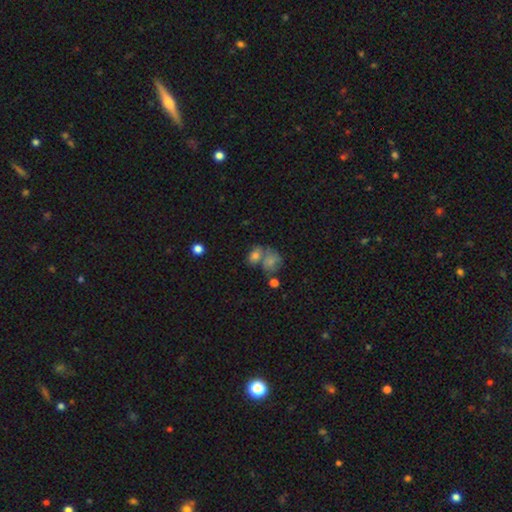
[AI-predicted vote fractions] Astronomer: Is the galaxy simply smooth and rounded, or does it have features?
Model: smooth — 76%.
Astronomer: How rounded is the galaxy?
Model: in between — 64%.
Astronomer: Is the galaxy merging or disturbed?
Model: merger — 43% (runner-up: none, 38%).